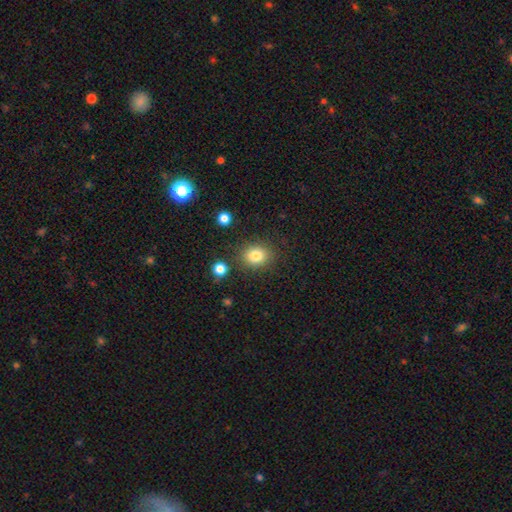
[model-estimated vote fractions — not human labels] Smooth or featured?
  - smooth: 83% *
  - star or artifact: 11%
  - featured or disk: 6%
How rounded?
  - round: 61% *
  - in between: 38%
  - cigar-shaped: 1%
Merging?
  - none: 83% *
  - minor disturbance: 10%
  - merger: 4%
  - major disturbance: 3%